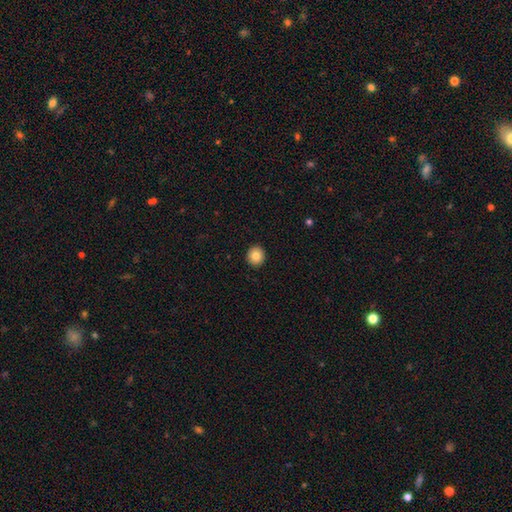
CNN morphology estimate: The model was most divided on "smooth or featured": smooth: 83%, star or artifact: 9%, featured or disk: 8%. More confident: merging — none (93%); how rounded — round (90%).